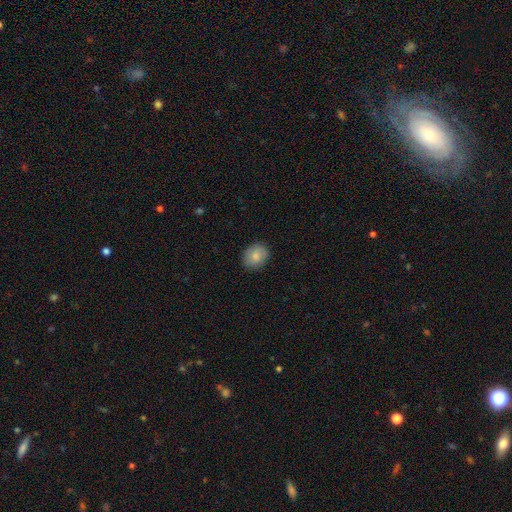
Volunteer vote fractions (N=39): Morphology: type=smooth (74%); roundness=in between (59%); merging=none (97%).